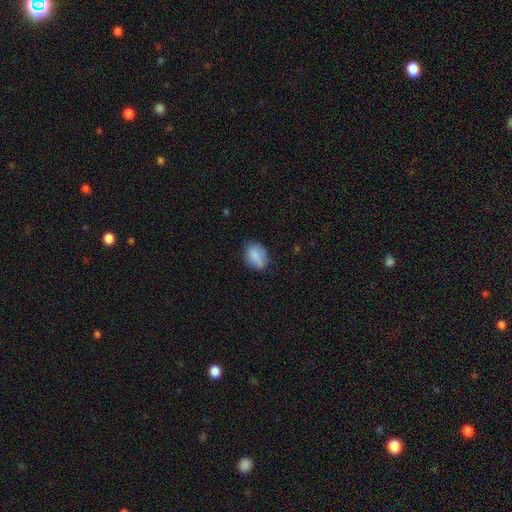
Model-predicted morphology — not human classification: Smooth or featured?
  - smooth: 83% *
  - featured or disk: 9%
  - star or artifact: 8%
How rounded?
  - in between: 77% *
  - round: 21%
  - cigar-shaped: 2%
Merging?
  - none: 67% *
  - minor disturbance: 25%
  - major disturbance: 5%
  - merger: 2%